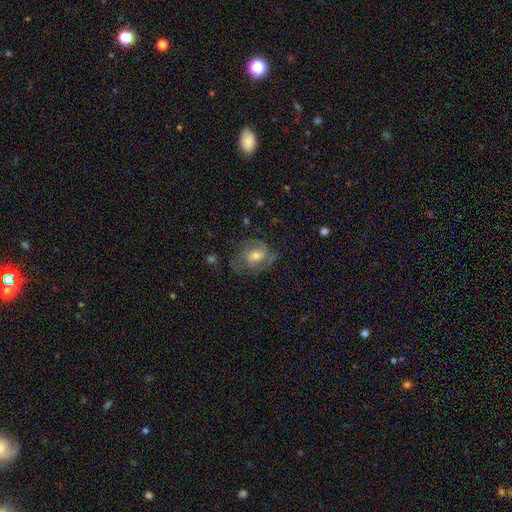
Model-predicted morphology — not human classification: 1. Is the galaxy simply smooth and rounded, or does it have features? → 68% featured or disk, 23% smooth, 9% star or artifact.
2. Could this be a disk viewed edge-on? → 97% no, 3% yes.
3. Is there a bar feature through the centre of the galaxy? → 57% no, 36% weak, 8% strong.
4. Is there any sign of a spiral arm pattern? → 87% yes, 13% no.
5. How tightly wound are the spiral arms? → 44% medium, 39% tight, 16% loose.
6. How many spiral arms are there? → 52% 2, 23% can't tell, 12% 3, 8% 1, 3% 4, 3% more than 4.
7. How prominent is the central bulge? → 62% moderate, 26% small, 9% large, 2% none, 1% dominant.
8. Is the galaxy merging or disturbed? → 62% none, 21% minor disturbance, 15% major disturbance, 2% merger.